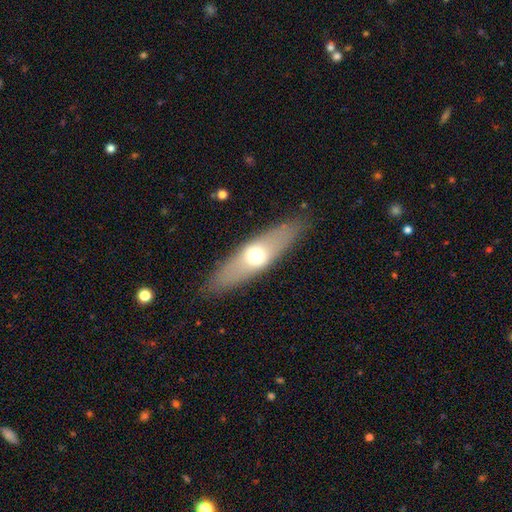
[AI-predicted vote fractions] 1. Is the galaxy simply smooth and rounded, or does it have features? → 53% smooth, 40% featured or disk, 7% star or artifact.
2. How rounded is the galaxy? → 55% cigar-shaped, 42% in between, 3% round.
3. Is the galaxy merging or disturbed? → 86% none, 10% minor disturbance, 4% major disturbance, 1% merger.